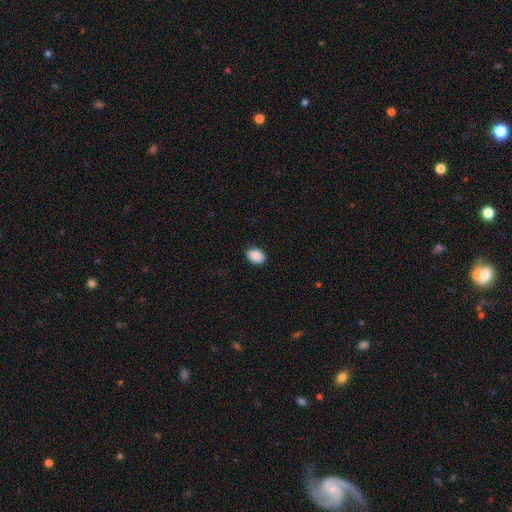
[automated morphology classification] Smooth or featured? smooth (91%)
How rounded? in between (82%)
Merging? none (90%)